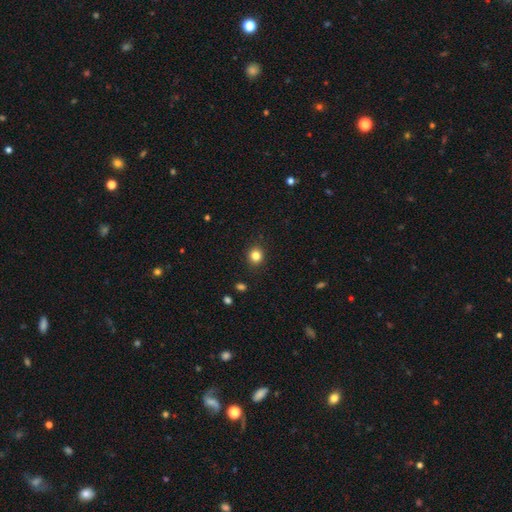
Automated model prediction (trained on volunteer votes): Smooth or featured? smooth (83%)
How rounded? round (85%)
Merging? none (90%)